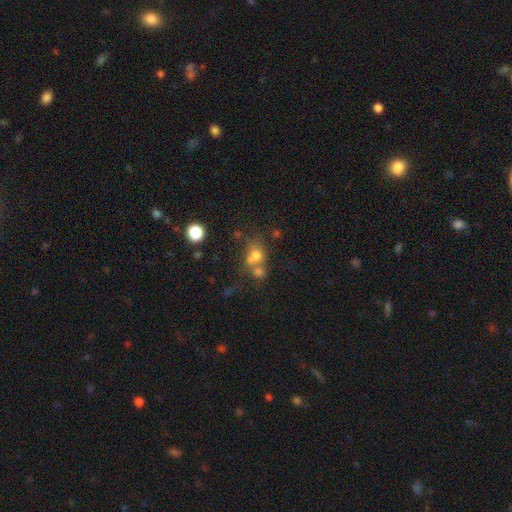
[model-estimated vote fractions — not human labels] A smooth galaxy with no disk features (65%) that is round (65%). Merging: merger (48%).